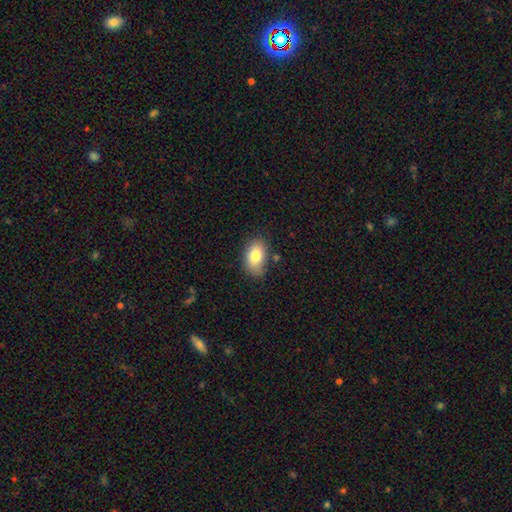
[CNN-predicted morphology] Q: Smooth or featured?
A: smooth (81%); runner-up: featured or disk (11%)
Q: How rounded?
A: in between (88%); runner-up: round (10%)
Q: Merging?
A: none (72%); runner-up: minor disturbance (20%)